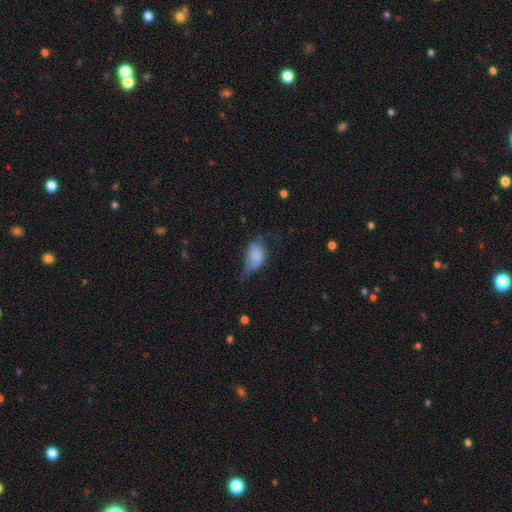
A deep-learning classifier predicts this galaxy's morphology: smooth 62%, featured or disk 29%, star or artifact 9%. Down the decision tree: how rounded — in between (87%); merging — major disturbance (40%).